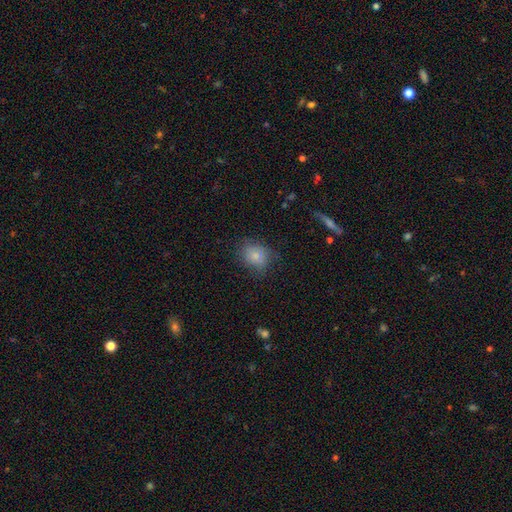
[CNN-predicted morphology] smooth-or-featured: smooth: 81% | star or artifact: 10% | featured or disk: 9%
  how-rounded: round: 62% | in between: 37% | cigar-shaped: 1%
  merging: none: 72% | minor disturbance: 20% | major disturbance: 7% | merger: 1%